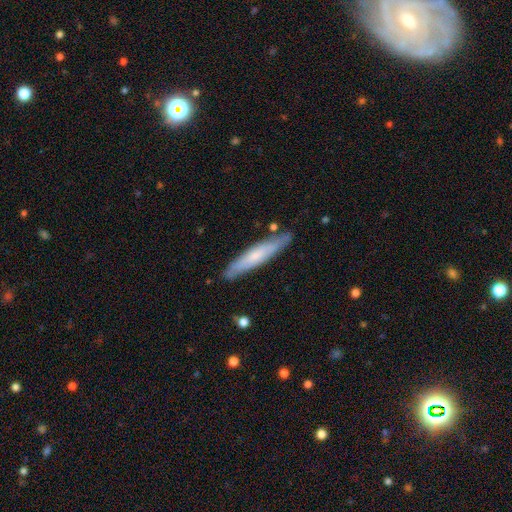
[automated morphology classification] The model was most divided on "smooth or featured": smooth: 55%, featured or disk: 40%, star or artifact: 5%. More confident: how rounded — cigar-shaped (91%); merging — none (83%).